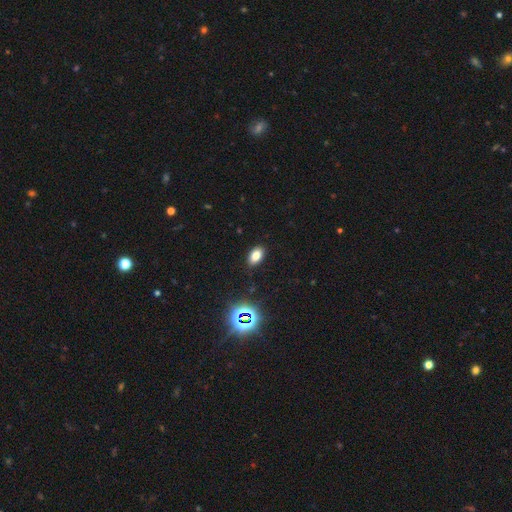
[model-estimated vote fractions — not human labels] This appears to be a smooth galaxy with no disk features (77%) that is in between round and cigar-shaped (90%). Merging: none (88%).